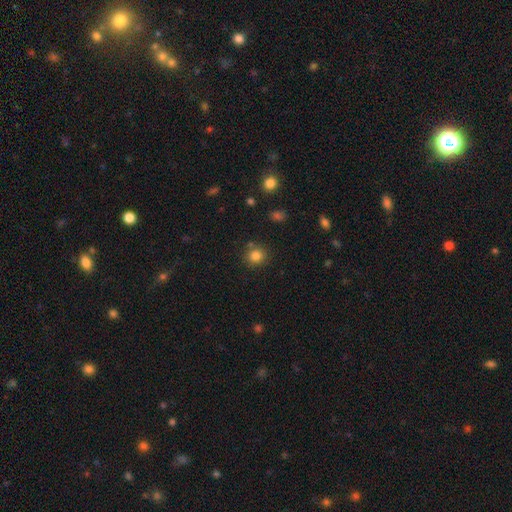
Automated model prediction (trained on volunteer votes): smooth_or_featured: smooth (p=0.83) [alt: star or artifact p=0.12]
how_rounded: round (p=0.84) [alt: in between p=0.15]
merging: none (p=0.78) [alt: minor disturbance p=0.10]